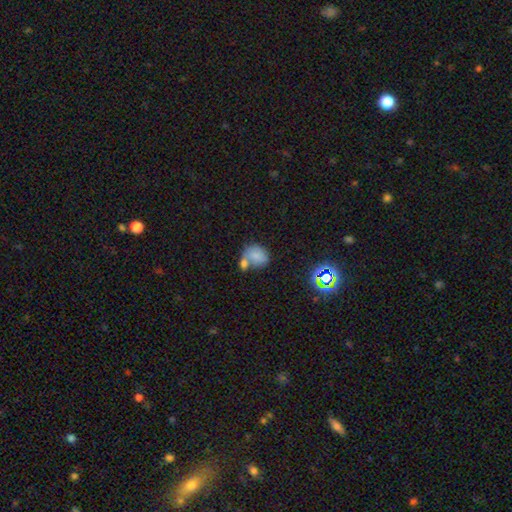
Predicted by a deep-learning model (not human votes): A smooth galaxy with no disk features (75%) that is in between round and cigar-shaped (49%, tied with round).

Vote fractions:
- Smooth or featured? smooth: 75% / featured or disk: 13% / star or artifact: 12%
- How rounded? in between: 49% (tied) / round: 49% (tied) / cigar-shaped: 1%
- Merging? merger: 47% / none: 31% / minor disturbance: 14% / major disturbance: 8%